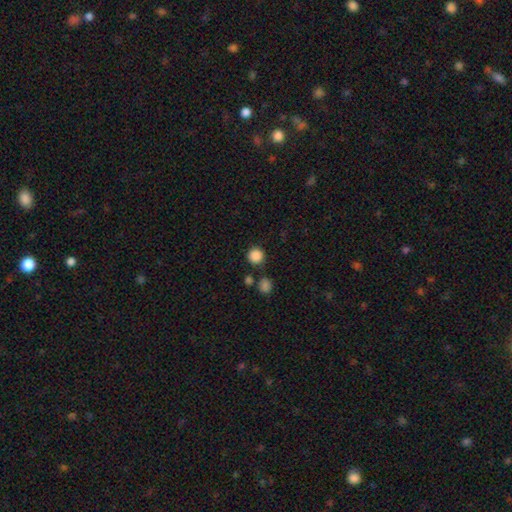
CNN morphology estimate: smooth 87%, star or artifact 10%, featured or disk 3%. Down the decision tree: how rounded — round (94%); merging — none (81%).